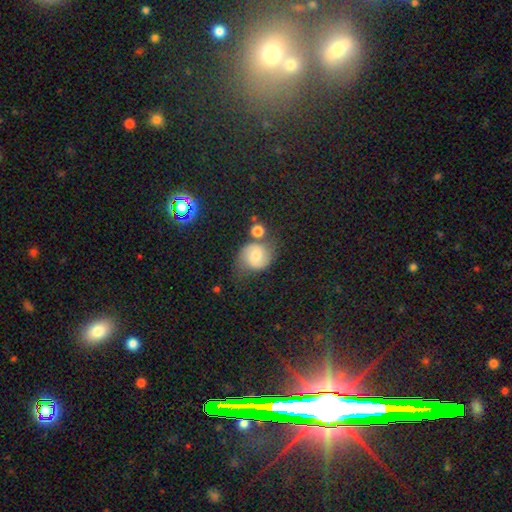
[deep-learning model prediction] Smooth or featured: featured or disk — 50% (smooth — 39%)
Edge-on disk: no — 97% (yes — 3%)
Merging: none — 57% (minor disturbance — 22%)